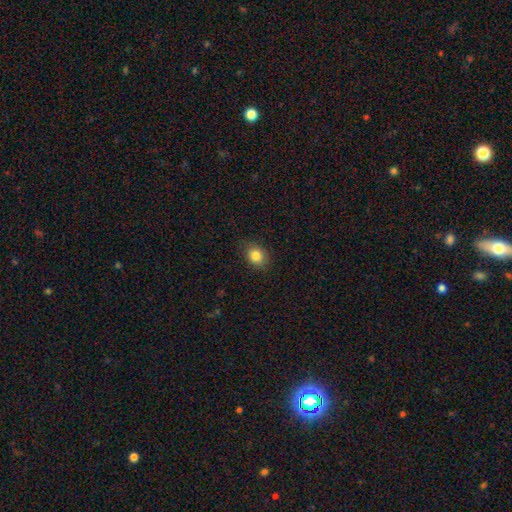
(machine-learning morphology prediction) type=smooth (83%); roundness=in between (53%); merging=none (86%).